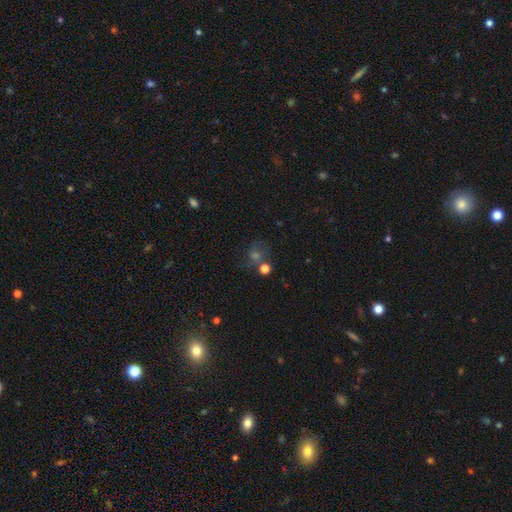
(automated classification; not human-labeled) Smooth or featured?
  - smooth: 42% *
  - star or artifact: 38%
  - featured or disk: 20%
Merging?
  - none: 58% *
  - merger: 19%
  - minor disturbance: 14%
  - major disturbance: 9%